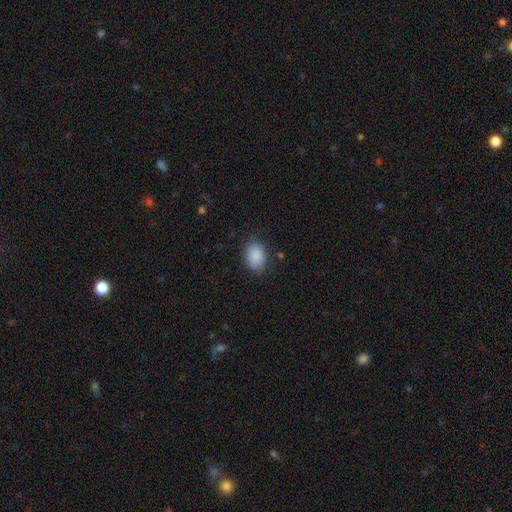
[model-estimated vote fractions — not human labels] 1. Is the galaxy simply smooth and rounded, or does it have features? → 89% smooth, 7% star or artifact, 4% featured or disk.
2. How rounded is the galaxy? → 76% in between, 23% round, 1% cigar-shaped.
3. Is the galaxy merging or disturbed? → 80% none, 15% minor disturbance, 4% major disturbance, 1% merger.